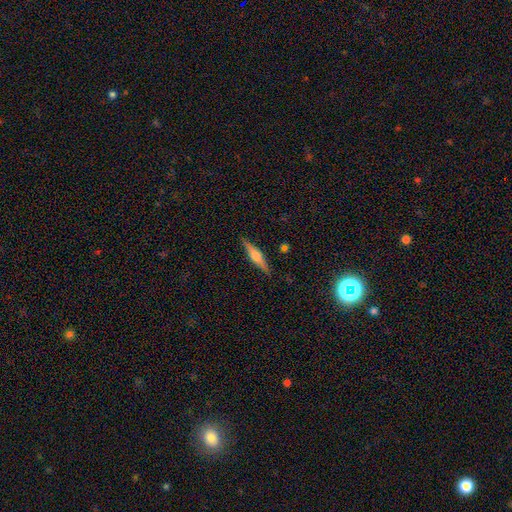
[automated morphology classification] A featured or disk galaxy (63%) viewed edge-on (97%) with a rounded central bulge (77%).

Vote fractions:
- Smooth or featured? featured or disk: 63% / smooth: 30% / star or artifact: 7%
- Edge-on disk? yes: 97% / no: 3%
- Edge-on bulge? rounded: 77% / boxy: 18% / none: 5%
- Merging? none: 88% / minor disturbance: 8% / major disturbance: 2% / merger: 1%